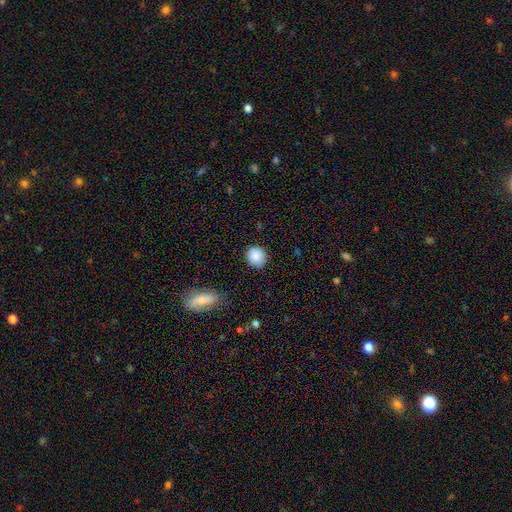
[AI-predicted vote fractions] smooth_or_featured: smooth (p=0.88) [alt: star or artifact p=0.08]
how_rounded: round (p=0.83) [alt: in between p=0.15]
merging: none (p=0.84) [alt: minor disturbance p=0.12]